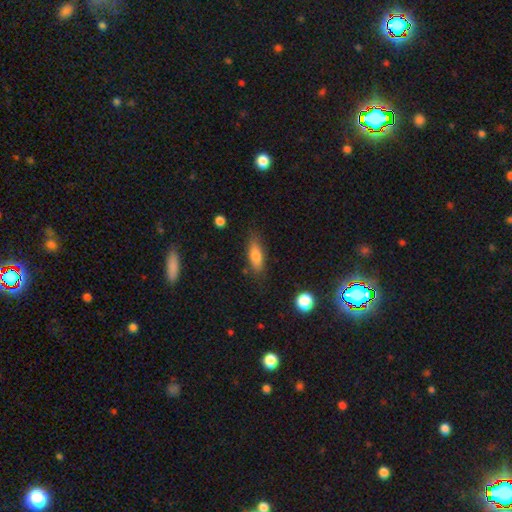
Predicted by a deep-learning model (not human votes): smooth 76%, featured or disk 17%, star or artifact 8%. Down the decision tree: how rounded — in between (57%); merging — none (79%).